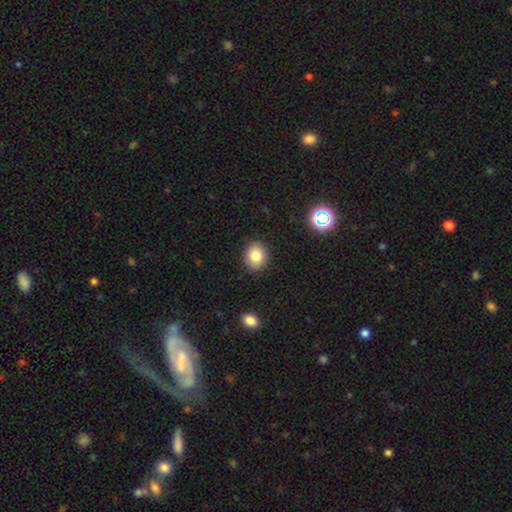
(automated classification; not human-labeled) A smooth galaxy with no disk features (81%) that is round (63%).

Vote fractions:
- Smooth or featured? smooth: 81% / star or artifact: 11% / featured or disk: 8%
- How rounded? round: 63% / in between: 36% / cigar-shaped: 1%
- Merging? none: 89% / minor disturbance: 8% / major disturbance: 2% / merger: 1%